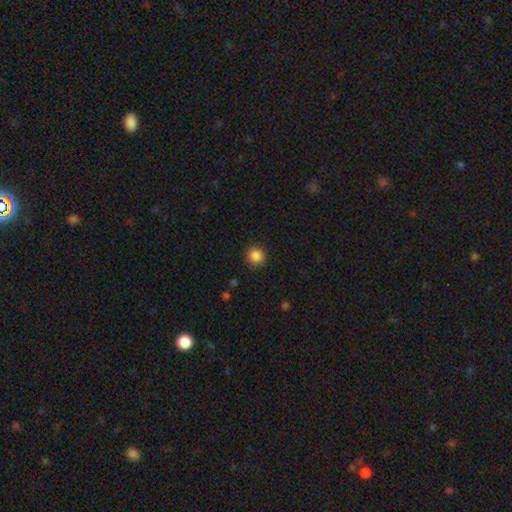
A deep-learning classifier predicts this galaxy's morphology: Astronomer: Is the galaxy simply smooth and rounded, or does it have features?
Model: smooth — 87%.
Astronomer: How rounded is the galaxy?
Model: round — 94%.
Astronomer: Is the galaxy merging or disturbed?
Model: none — 90%.